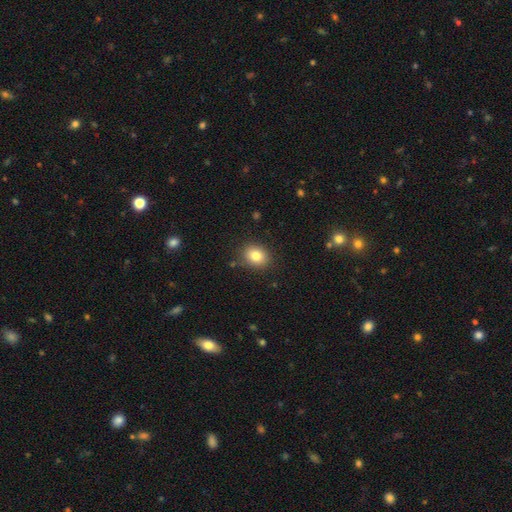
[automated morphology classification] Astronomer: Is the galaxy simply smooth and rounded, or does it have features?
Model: smooth — 81%.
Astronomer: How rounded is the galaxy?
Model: round — 57% (runner-up: in between, 43%).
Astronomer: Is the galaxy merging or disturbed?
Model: none — 85%.